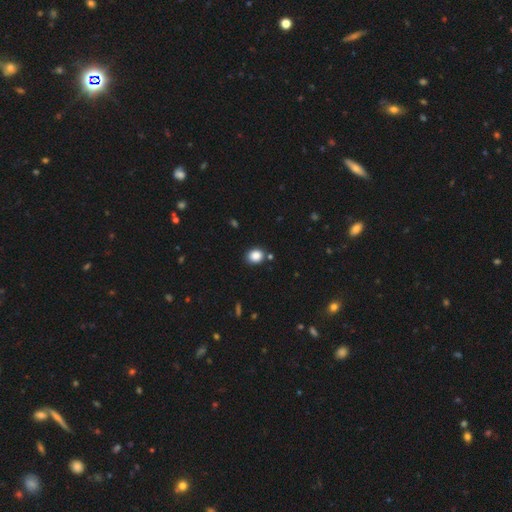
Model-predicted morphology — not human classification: Smooth or featured? Predicted: smooth (p=0.86). How rounded? Predicted: round (p=0.62). Merging? Predicted: none (p=0.83).